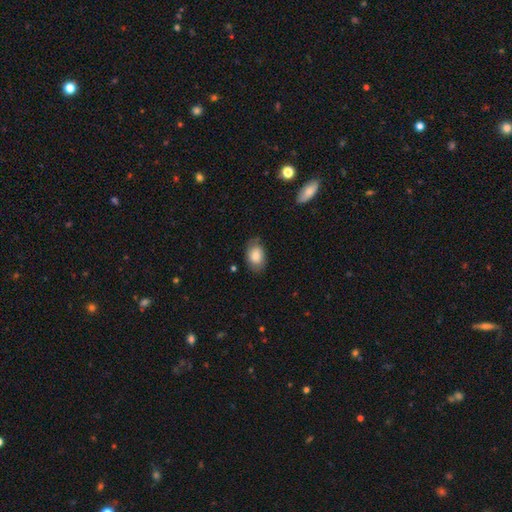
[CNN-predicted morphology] A smooth galaxy with no disk features (76%) that is in between round and cigar-shaped (88%).

Vote fractions:
- Smooth or featured? smooth: 76% / featured or disk: 17% / star or artifact: 7%
- How rounded? in between: 88% / round: 11% / cigar-shaped: 1%
- Merging? none: 70% / minor disturbance: 23% / major disturbance: 6% / merger: 1%